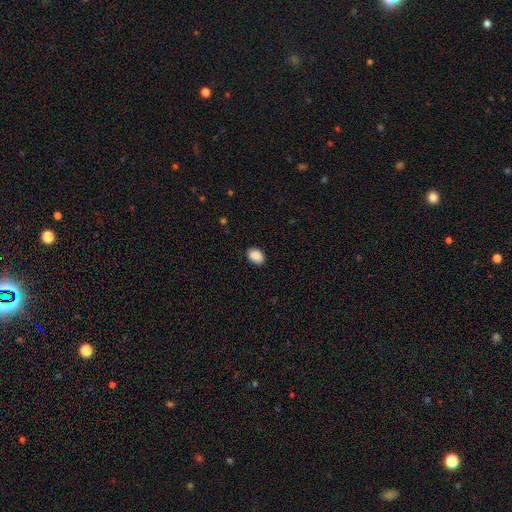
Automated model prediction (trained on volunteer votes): A smooth galaxy with no disk features (90%) that is in between round and cigar-shaped (78%). Merging: none (88%).